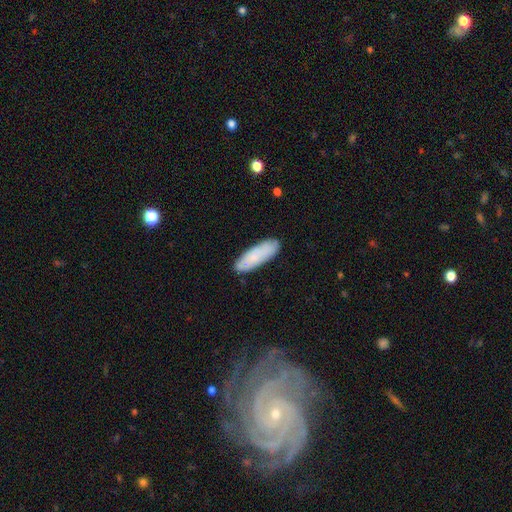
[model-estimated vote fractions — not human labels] The model was most divided on "how rounded": in between: 55%, cigar-shaped: 43%, round: 2%. More confident: merging — none (83%); smooth or featured — smooth (74%).